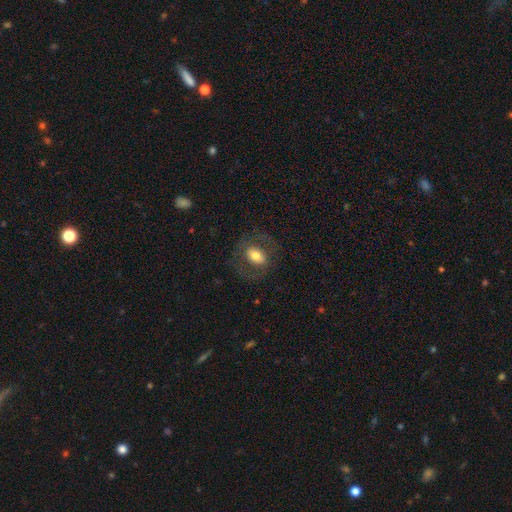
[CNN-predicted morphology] type=smooth (62%); roundness=in between (66%); merging=none (73%).